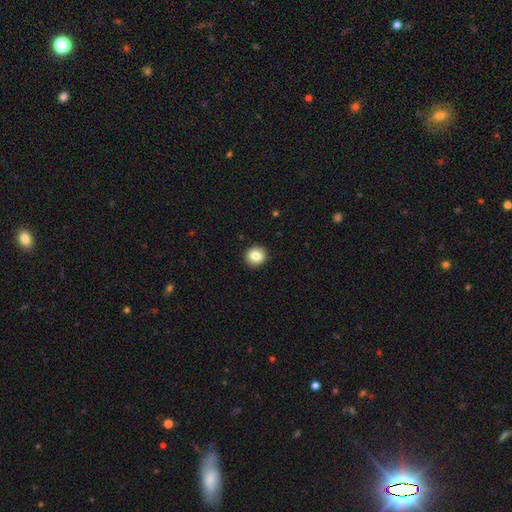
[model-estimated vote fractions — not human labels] A smooth galaxy with no disk features (83%) that is round (92%).

Vote fractions:
- Smooth or featured? smooth: 83% / star or artifact: 9% / featured or disk: 8%
- How rounded? round: 92% / in between: 7% / cigar-shaped: 1%
- Merging? none: 93% / minor disturbance: 5% / major disturbance: 2% / merger: 1%